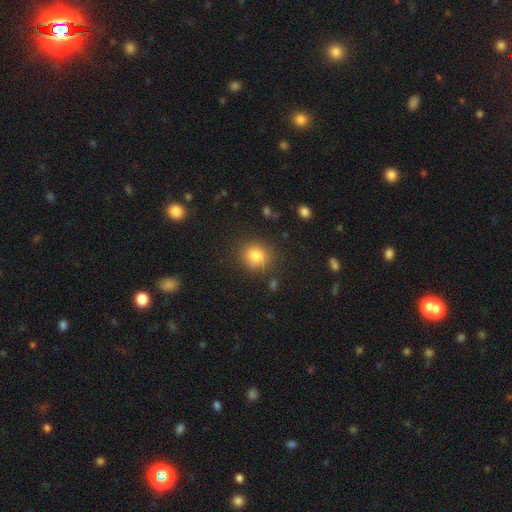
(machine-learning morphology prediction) This is clearly a smooth galaxy (83%). How rounded: clearly round (83%). Merging: clearly none (83%).